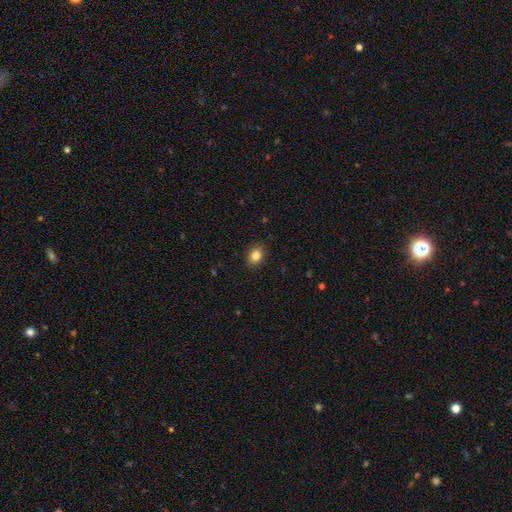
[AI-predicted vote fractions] A smooth galaxy with no disk features (84%) that is in between round and cigar-shaped (56%). Merging: none (87%).